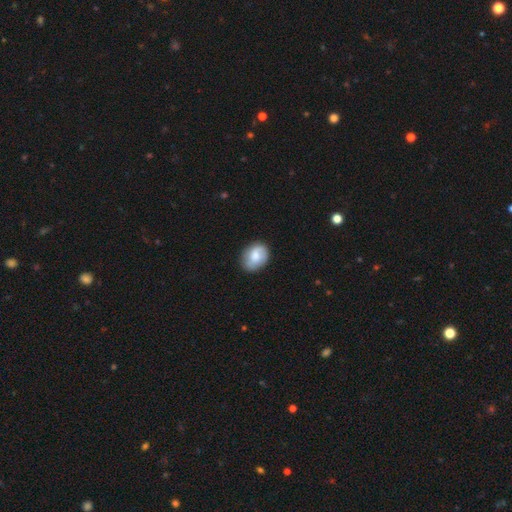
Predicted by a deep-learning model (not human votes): Q: Smooth or featured?
A: smooth (72%); runner-up: featured or disk (21%)
Q: How rounded?
A: in between (60%); runner-up: round (39%)
Q: Merging?
A: none (78%); runner-up: minor disturbance (17%)